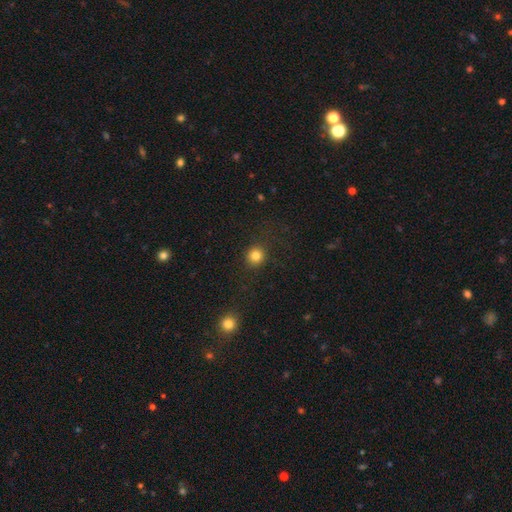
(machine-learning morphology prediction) Q: Smooth or featured?
A: smooth (83%); runner-up: star or artifact (12%)
Q: How rounded?
A: round (92%); runner-up: in between (8%)
Q: Merging?
A: none (88%); runner-up: minor disturbance (7%)